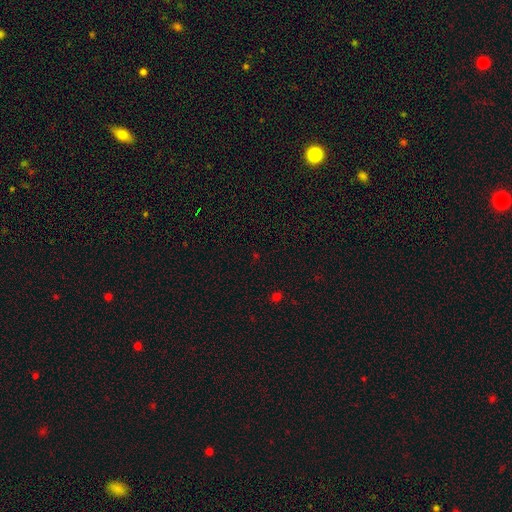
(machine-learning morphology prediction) Q: Smooth or featured?
A: star or artifact (64%); runner-up: smooth (29%)